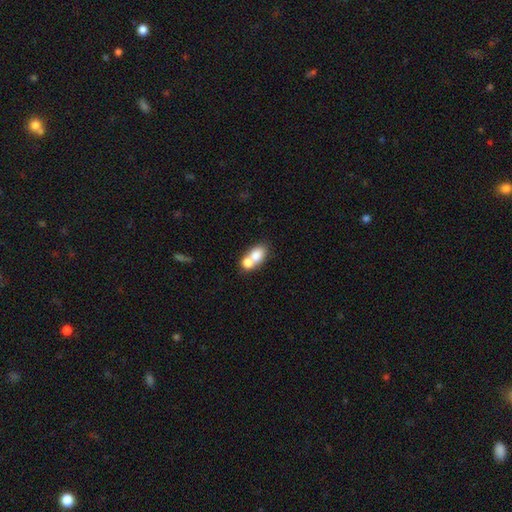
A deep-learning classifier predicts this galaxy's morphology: type=smooth (74%); roundness=in between (74%); merging=merger (59%).